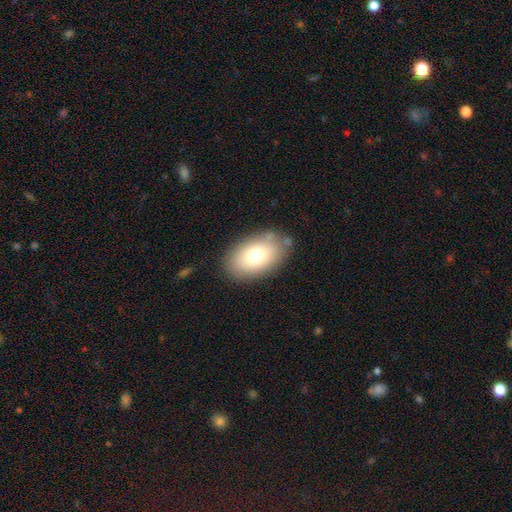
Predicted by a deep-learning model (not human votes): Smooth or featured?
  - smooth: 74% *
  - featured or disk: 17%
  - star or artifact: 9%
How rounded?
  - in between: 89% *
  - round: 9%
  - cigar-shaped: 1%
Merging?
  - none: 81% *
  - minor disturbance: 12%
  - major disturbance: 4%
  - merger: 3%